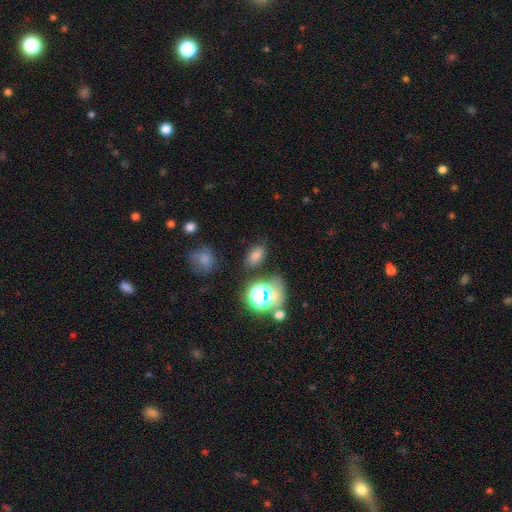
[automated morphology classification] Smooth or featured? Predicted: smooth (p=0.72). How rounded? Predicted: in between (p=0.83). Merging? Predicted: none (p=0.75).